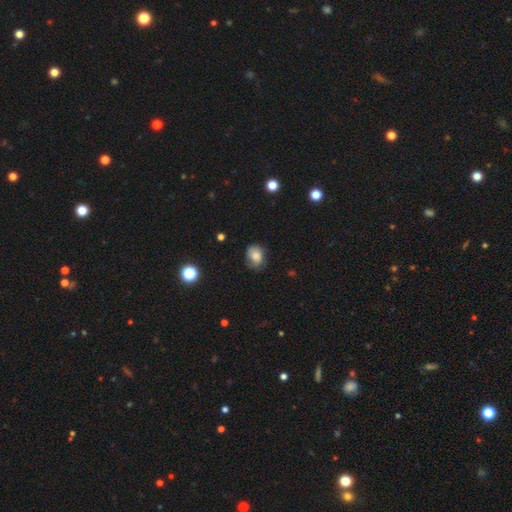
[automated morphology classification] This appears to be a smooth galaxy with no disk features (74%) that is in between round and cigar-shaped (53%). Merging: none (67%).